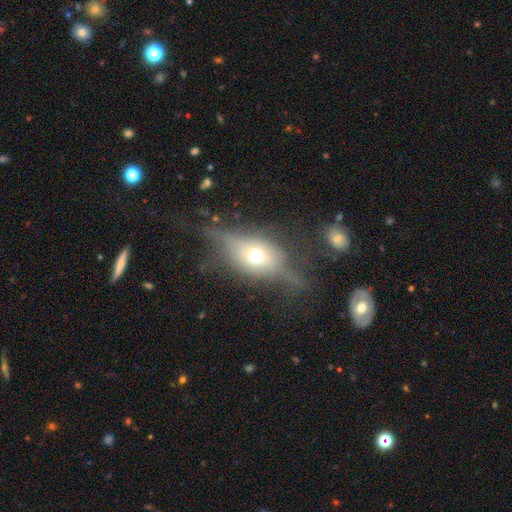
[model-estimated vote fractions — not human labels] smooth-or-featured: featured or disk: 56% | smooth: 32% | star or artifact: 12%
  disk-edge-on: yes: 77% | no: 23%
  merging: none: 54% | major disturbance: 23% | minor disturbance: 21% | merger: 3%